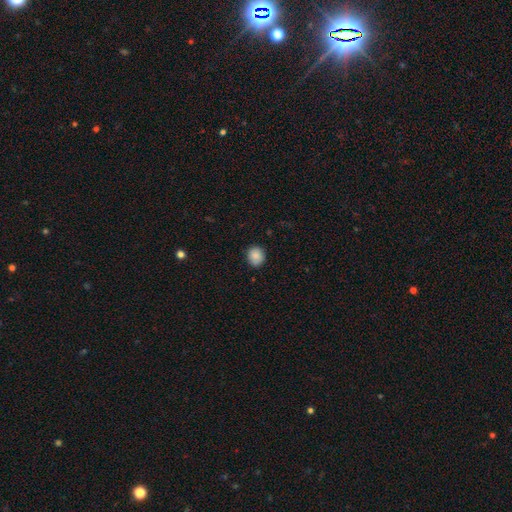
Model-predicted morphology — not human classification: Overall: smooth (87%). How rounded: round (78%). Merging: none (82%).